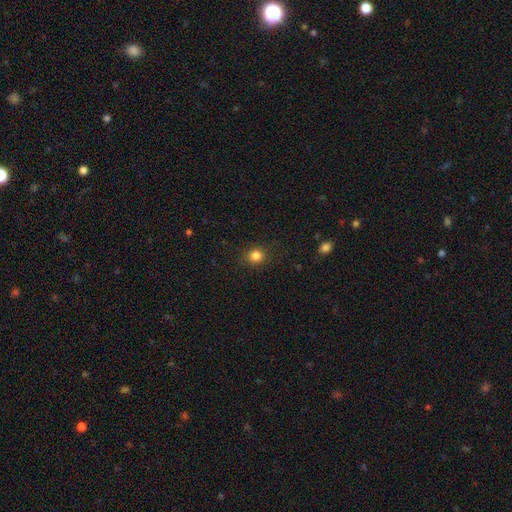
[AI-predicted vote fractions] Smooth or featured? smooth (83%)
How rounded? round (83%)
Merging? none (87%)